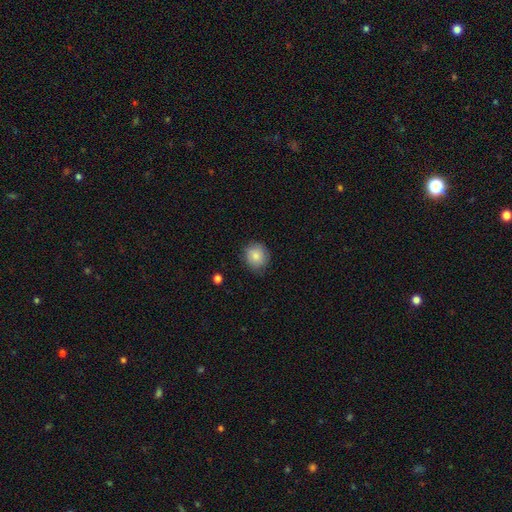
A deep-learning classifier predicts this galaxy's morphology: Smooth or featured? smooth (84%)
How rounded? round (83%)
Merging? none (83%)